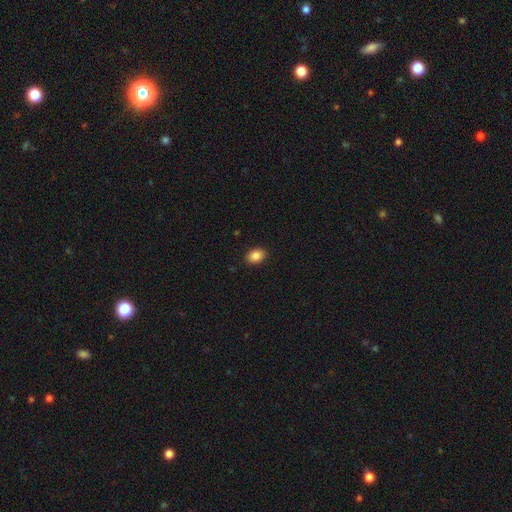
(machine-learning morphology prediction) The model was most divided on "how rounded": in between: 75%, round: 24%, cigar-shaped: 1%. More confident: merging — none (90%); smooth or featured — smooth (87%).